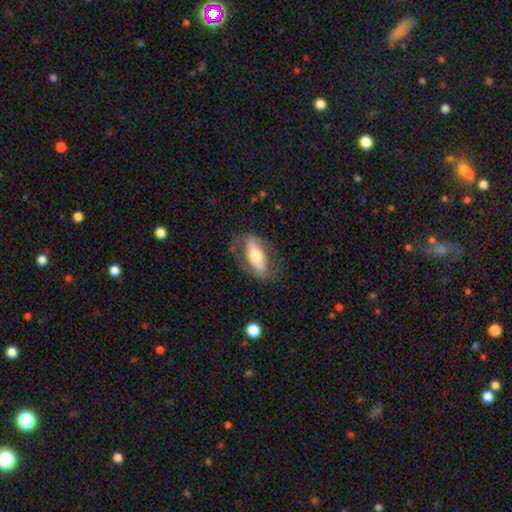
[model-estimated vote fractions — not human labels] Overall: featured or disk (54%; smooth 41%). Edge-on disk: no (81%). Merging: none (68%).